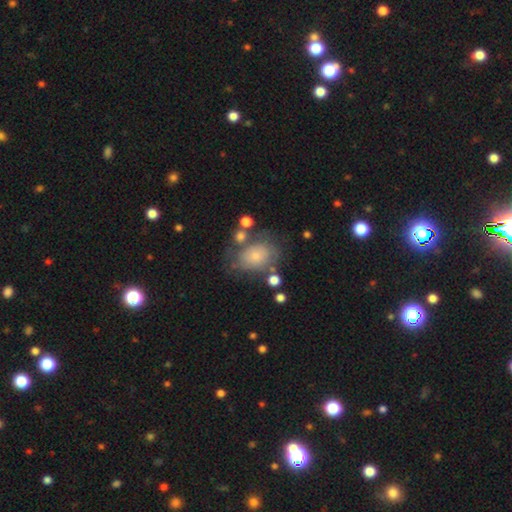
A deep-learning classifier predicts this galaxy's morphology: The model was most divided on "smooth or featured": smooth: 56%, featured or disk: 35%, star or artifact: 9%. More confident: how rounded — in between (62%); merging — none (53%).